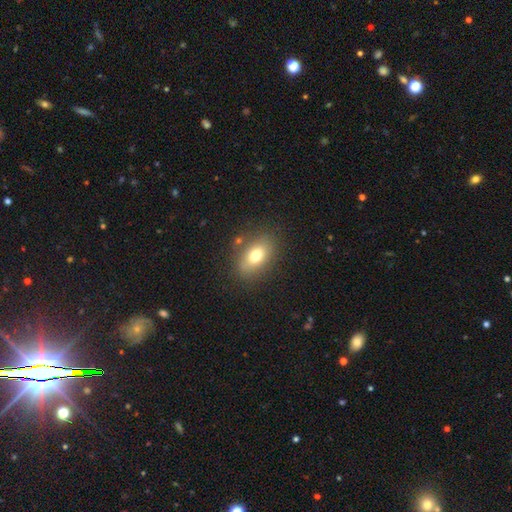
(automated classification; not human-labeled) This appears to be a smooth galaxy with no disk features (74%) that is in between round and cigar-shaped (85%). Merging: none (81%).